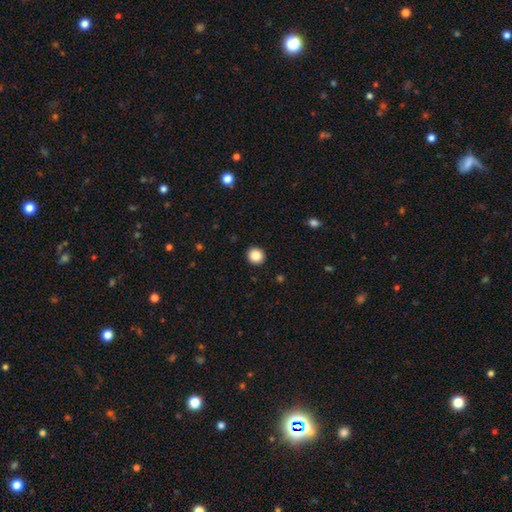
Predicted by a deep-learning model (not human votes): Smooth or featured: smooth — 87% (star or artifact — 10%)
How rounded: round — 91% (in between — 8%)
Merging: none — 93% (minor disturbance — 5%)